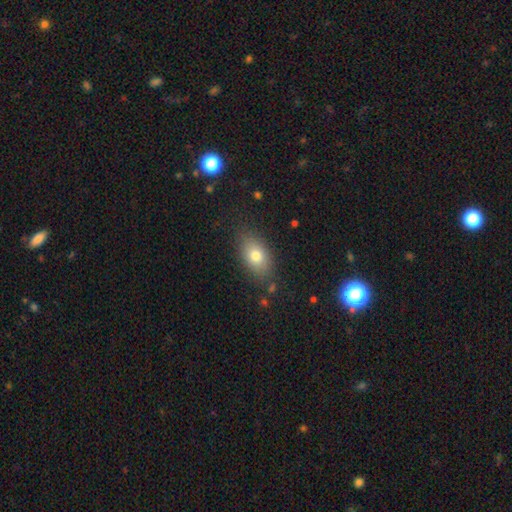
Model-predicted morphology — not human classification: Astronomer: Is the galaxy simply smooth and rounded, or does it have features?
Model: smooth — 77%.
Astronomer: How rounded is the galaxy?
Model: in between — 86%.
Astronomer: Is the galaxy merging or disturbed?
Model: none — 81%.